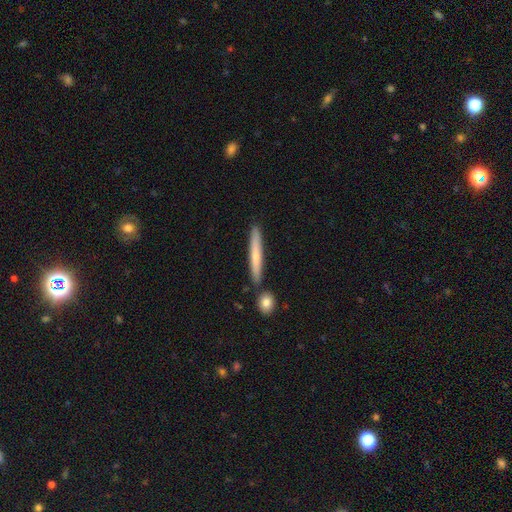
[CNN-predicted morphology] This is possibly a smooth galaxy (60%). How rounded: clearly cigar-shaped (95%). Merging: clearly none (83%).